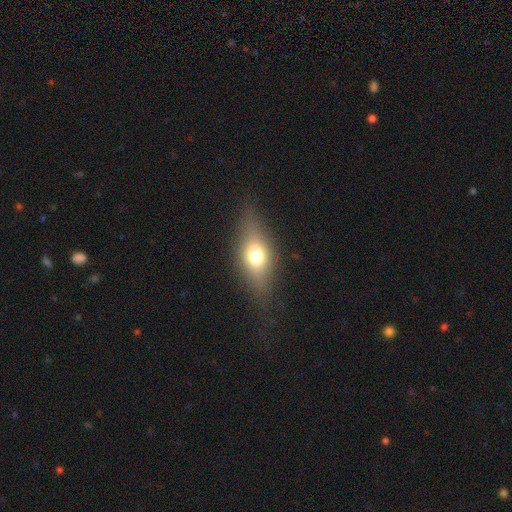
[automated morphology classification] Q: Smooth or featured?
A: smooth (62%); runner-up: featured or disk (28%)
Q: How rounded?
A: in between (71%); runner-up: cigar-shaped (16%)
Q: Merging?
A: none (79%); runner-up: minor disturbance (14%)